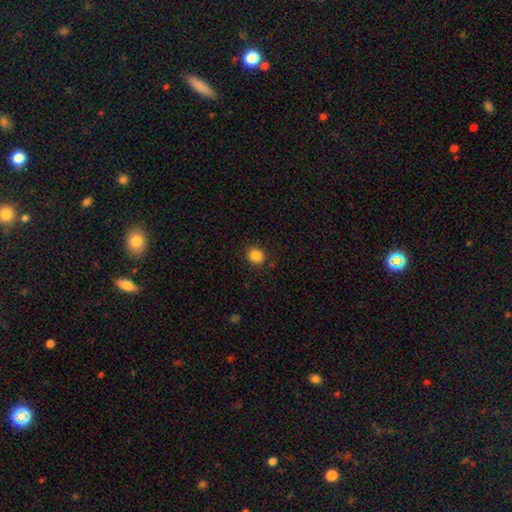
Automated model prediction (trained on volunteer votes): Q: Smooth or featured?
A: smooth (86%); runner-up: star or artifact (11%)
Q: How rounded?
A: round (81%); runner-up: in between (18%)
Q: Merging?
A: none (89%); runner-up: minor disturbance (7%)